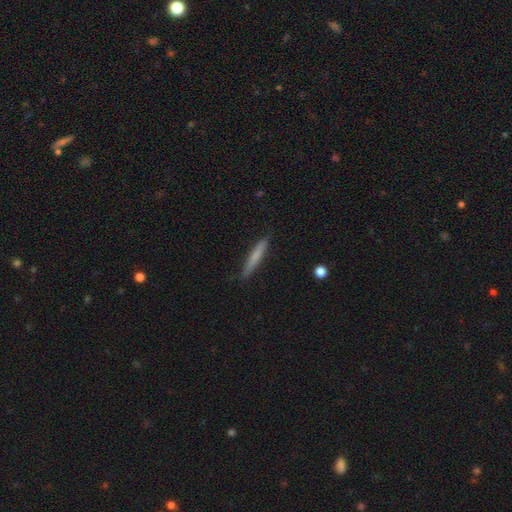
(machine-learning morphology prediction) A smooth galaxy with no disk features (65%) that is cigar-shaped (94%). Merging: none (87%).